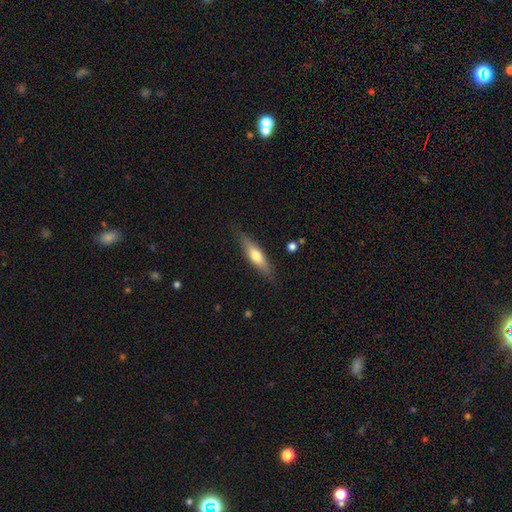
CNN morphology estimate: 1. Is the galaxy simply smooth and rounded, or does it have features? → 54% smooth, 40% featured or disk, 6% star or artifact.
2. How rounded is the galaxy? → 69% cigar-shaped, 29% in between, 2% round.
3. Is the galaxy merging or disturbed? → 82% none, 13% minor disturbance, 3% major disturbance, 2% merger.